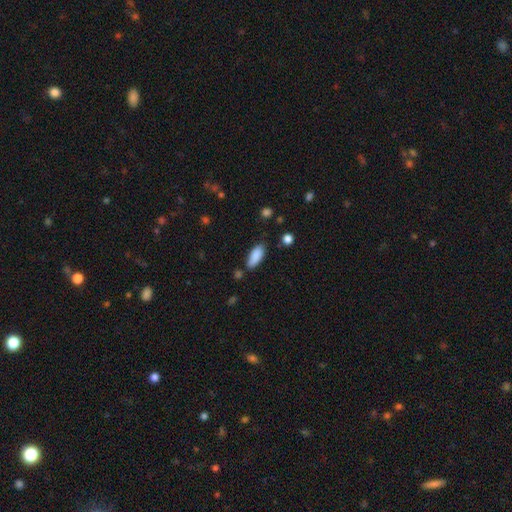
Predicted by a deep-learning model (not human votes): Morphology: type=smooth (88%); roundness=in between (79%); merging=none (71%).